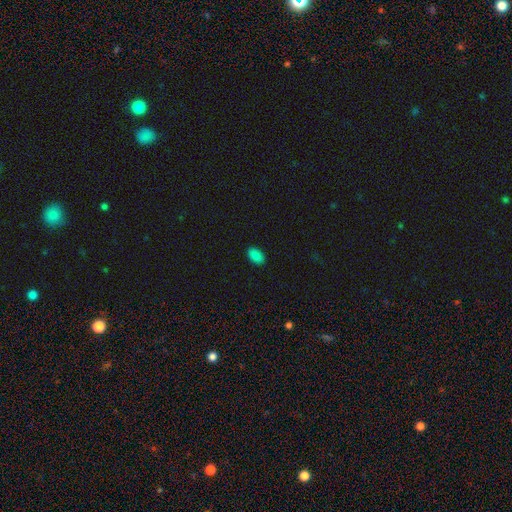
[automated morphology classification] This is clearly a smooth galaxy (87%). How rounded: clearly in between (92%). Merging: clearly none (88%).